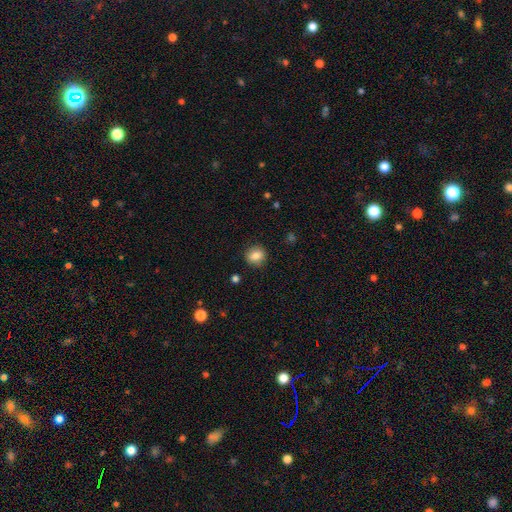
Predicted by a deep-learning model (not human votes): This appears to be a smooth galaxy with no disk features (84%) that is round (76%). Merging: none (87%).